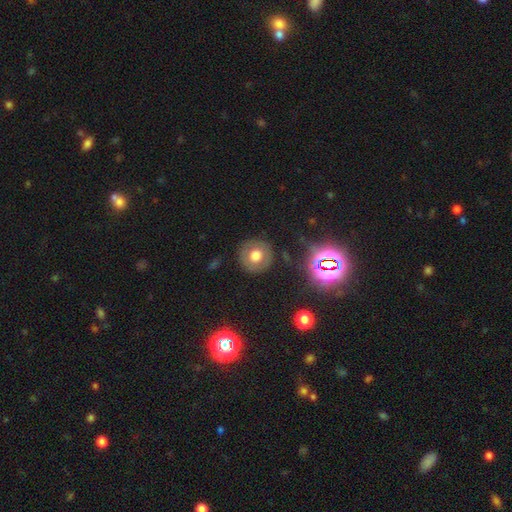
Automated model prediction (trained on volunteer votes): Q: Smooth or featured?
A: smooth (61%); runner-up: featured or disk (25%)
Q: How rounded?
A: round (92%); runner-up: in between (7%)
Q: Merging?
A: none (86%); runner-up: minor disturbance (9%)